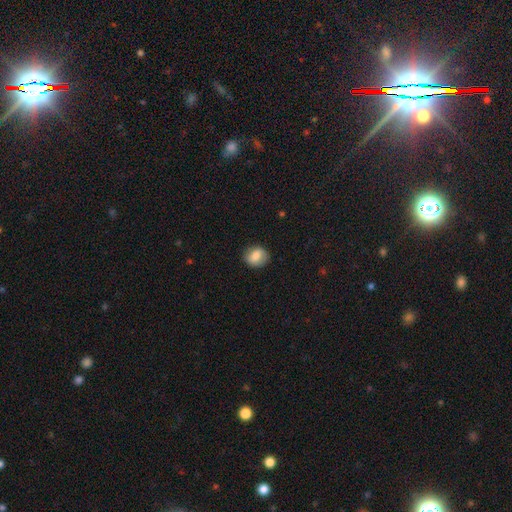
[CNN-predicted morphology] smooth_or_featured: smooth (p=0.72) [alt: featured or disk p=0.20]
how_rounded: round (p=0.65) [alt: in between p=0.33]
merging: none (p=0.84) [alt: minor disturbance p=0.12]